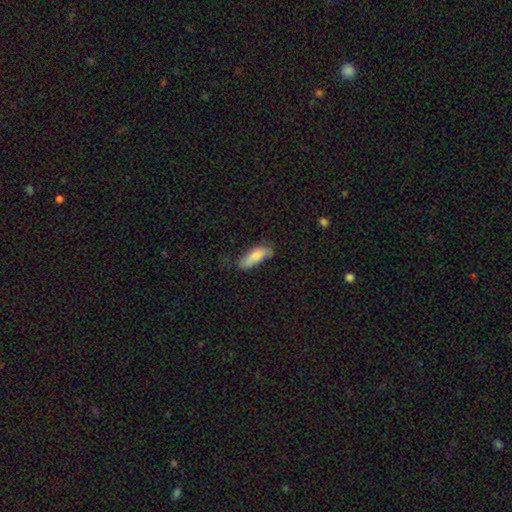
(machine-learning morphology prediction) A smooth galaxy with no disk features (79%) that is in between round and cigar-shaped (60%).

Vote fractions:
- Smooth or featured? smooth: 79% / featured or disk: 15% / star or artifact: 6%
- How rounded? in between: 60% / cigar-shaped: 38% / round: 2%
- Merging? none: 61% / minor disturbance: 29% / major disturbance: 8% / merger: 2%